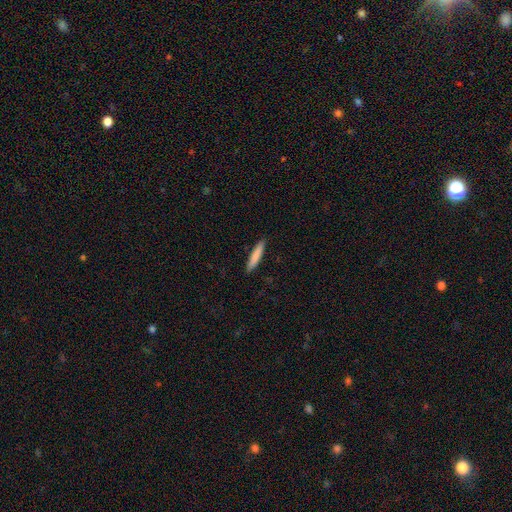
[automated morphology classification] This appears to be a smooth galaxy with no disk features (83%) that is cigar-shaped (91%). Merging: none (91%).